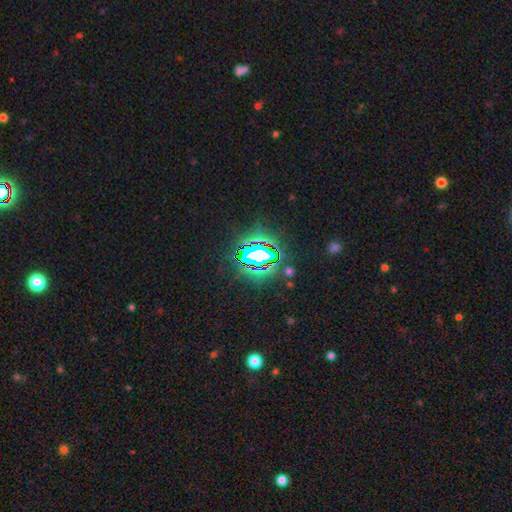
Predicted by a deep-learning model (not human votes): Smooth or featured? star or artifact (81%)